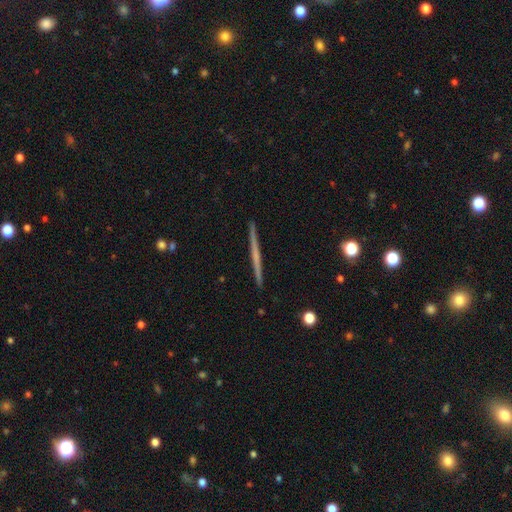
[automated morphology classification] smooth-or-featured: featured or disk: 63% | smooth: 32% | star or artifact: 6%
  disk-edge-on: yes: 98% | no: 2%
    edge-on-bulge: none: 79% | rounded: 16% | boxy: 5%
  merging: none: 93% | minor disturbance: 5% | merger: 1% | major disturbance: 1%